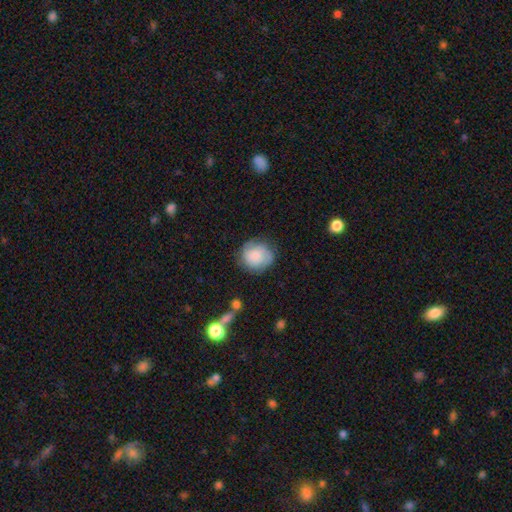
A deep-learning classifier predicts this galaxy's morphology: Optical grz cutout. It shows a smooth galaxy with no disk features (60%) that is round (85%). Merging: none (68%).